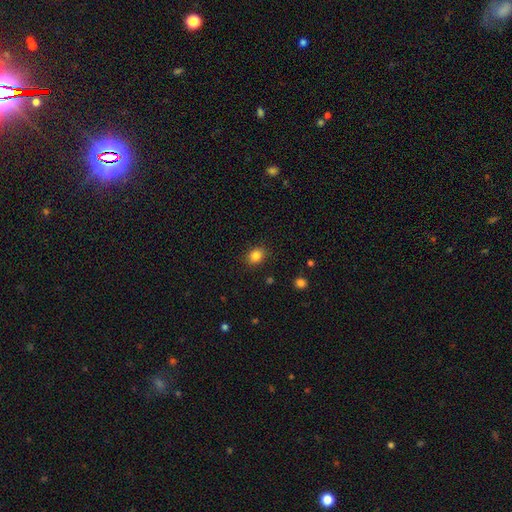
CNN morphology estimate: smooth-or-featured: smooth: 84% | star or artifact: 11% | featured or disk: 5%
  how-rounded: round: 52% | in between: 47% | cigar-shaped: 1%
  merging: none: 88% | minor disturbance: 9% | major disturbance: 2% | merger: 1%